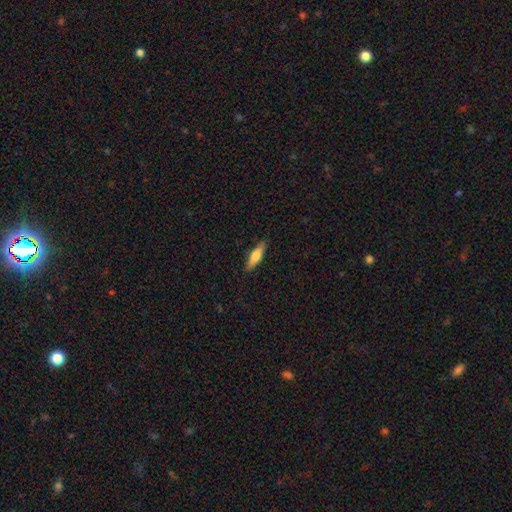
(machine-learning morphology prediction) A smooth galaxy with no disk features (59%) that is cigar-shaped (68%).

Vote fractions:
- Smooth or featured? smooth: 59% / featured or disk: 35% / star or artifact: 6%
- How rounded? cigar-shaped: 68% / in between: 30% / round: 2%
- Merging? none: 88% / minor disturbance: 9% / major disturbance: 2% / merger: 1%